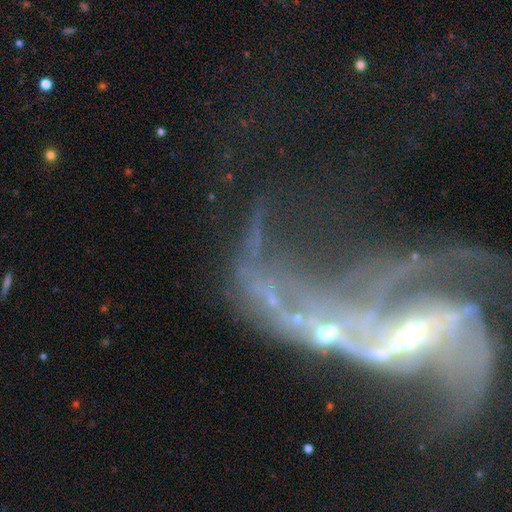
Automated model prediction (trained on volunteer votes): This appears to be a featured or disk galaxy (71%) with no bar (56%), spiral arms (64%) and a small central bulge (53%). Merging: major disturbance (36%).